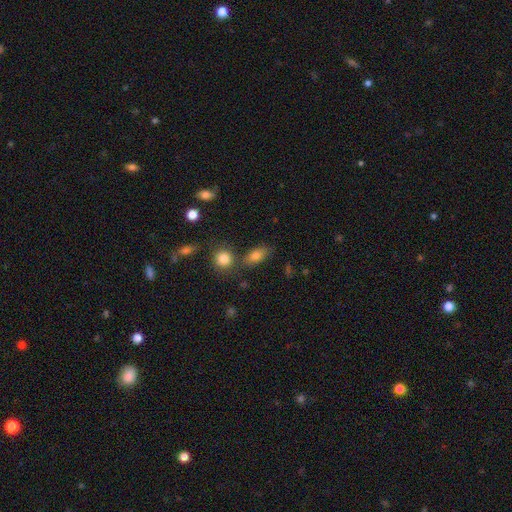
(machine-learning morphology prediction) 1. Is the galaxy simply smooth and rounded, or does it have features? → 78% smooth, 12% featured or disk, 10% star or artifact.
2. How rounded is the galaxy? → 83% in between, 11% round, 6% cigar-shaped.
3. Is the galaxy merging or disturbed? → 69% none, 14% minor disturbance, 12% merger, 4% major disturbance.